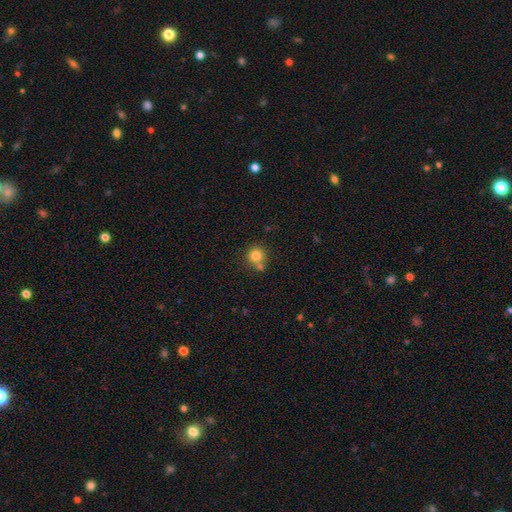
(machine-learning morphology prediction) Smooth or featured: smooth — 81% (star or artifact — 11%)
How rounded: round — 92% (in between — 7%)
Merging: none — 62% (merger — 25%)